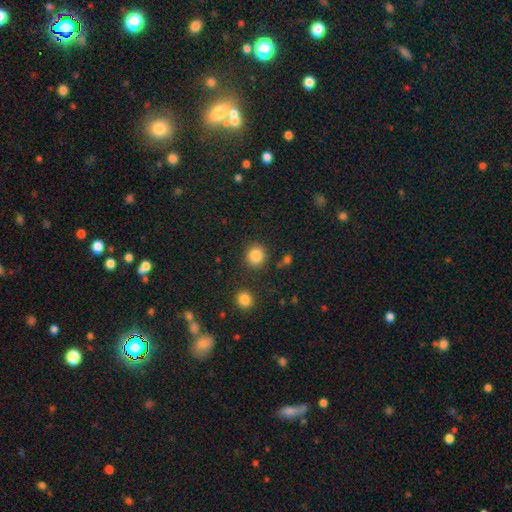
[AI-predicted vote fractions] Smooth or featured? Predicted: smooth (p=0.86). How rounded? Predicted: round (p=0.86). Merging? Predicted: none (p=0.85).